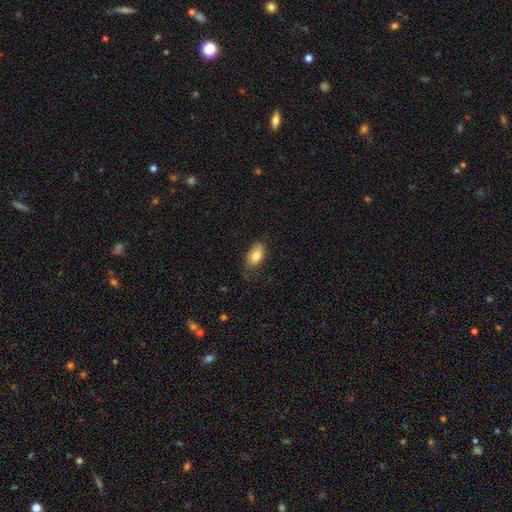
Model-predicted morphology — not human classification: This is clearly a smooth galaxy (80%). How rounded: clearly in between (92%). Merging: likely none (73%).